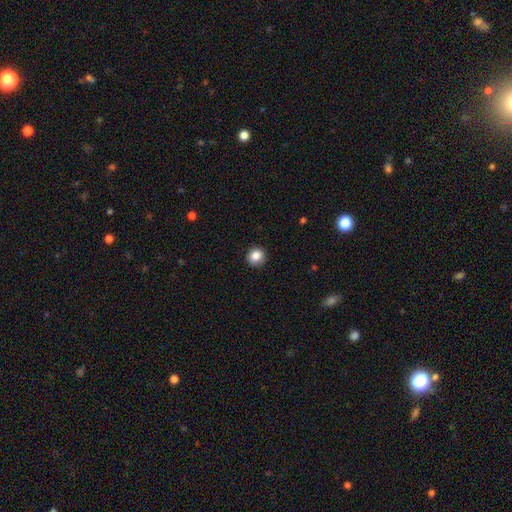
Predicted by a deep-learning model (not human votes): smooth_or_featured: smooth (p=0.85) [alt: star or artifact p=0.10]
how_rounded: round (p=0.88) [alt: in between p=0.11]
merging: none (p=0.89) [alt: minor disturbance p=0.08]